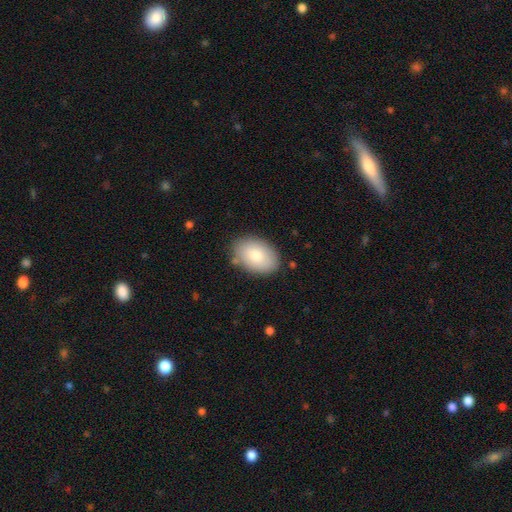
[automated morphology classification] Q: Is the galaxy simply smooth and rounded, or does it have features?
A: smooth — 80%.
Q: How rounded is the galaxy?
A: in between — 89%.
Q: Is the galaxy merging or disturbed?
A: none — 82%.